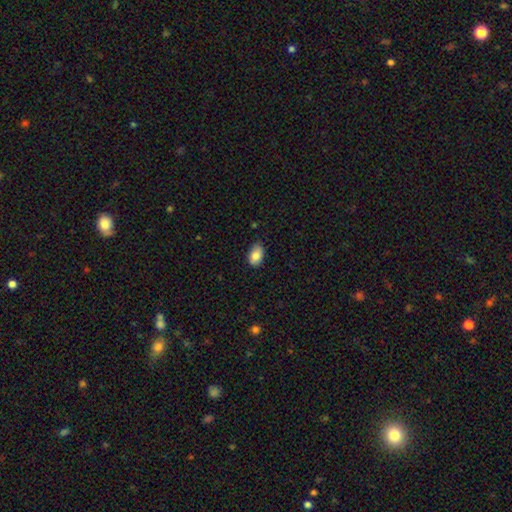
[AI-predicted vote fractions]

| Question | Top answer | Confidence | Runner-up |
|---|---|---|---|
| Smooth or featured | smooth | 85% | featured or disk (8%) |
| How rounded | in between | 90% | round (8%) |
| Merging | none | 77% | minor disturbance (19%) |